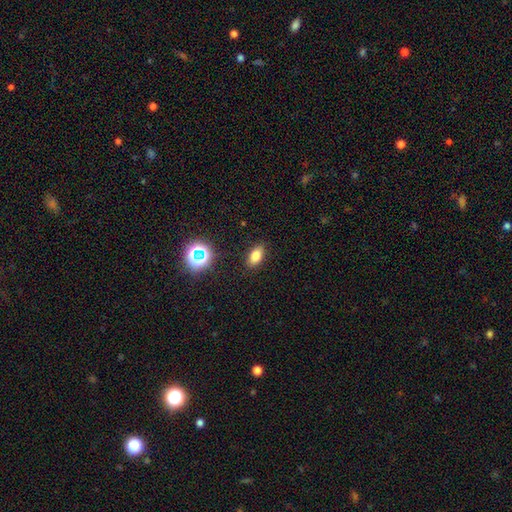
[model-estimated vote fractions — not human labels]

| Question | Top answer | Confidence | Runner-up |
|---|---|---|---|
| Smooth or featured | smooth | 77% | star or artifact (14%) |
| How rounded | in between | 85% | round (9%) |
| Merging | none | 87% | minor disturbance (9%) |